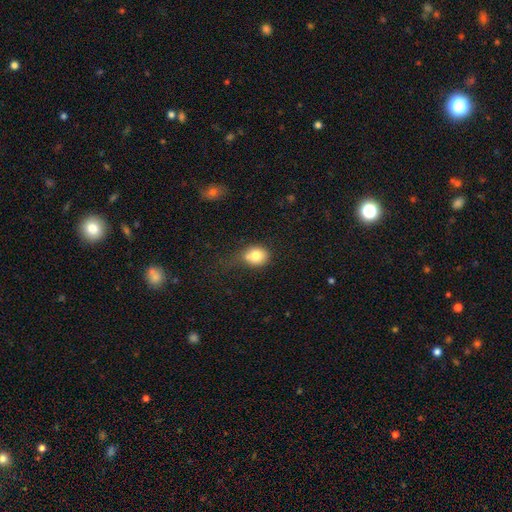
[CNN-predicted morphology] Smooth or featured?
  - smooth: 79% *
  - featured or disk: 11%
  - star or artifact: 10%
How rounded?
  - round: 62% *
  - in between: 37%
  - cigar-shaped: 1%
Merging?
  - none: 51% *
  - minor disturbance: 31%
  - major disturbance: 12%
  - merger: 6%